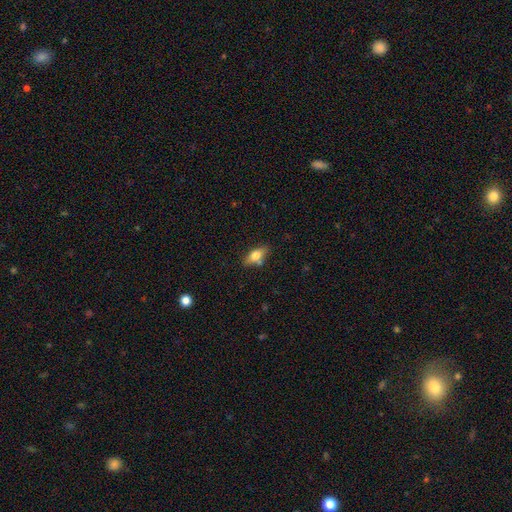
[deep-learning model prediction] Smooth or featured?
  - smooth: 69% *
  - featured or disk: 23%
  - star or artifact: 8%
How rounded?
  - in between: 79% *
  - cigar-shaped: 16%
  - round: 5%
Merging?
  - none: 75% *
  - minor disturbance: 15%
  - merger: 7%
  - major disturbance: 3%